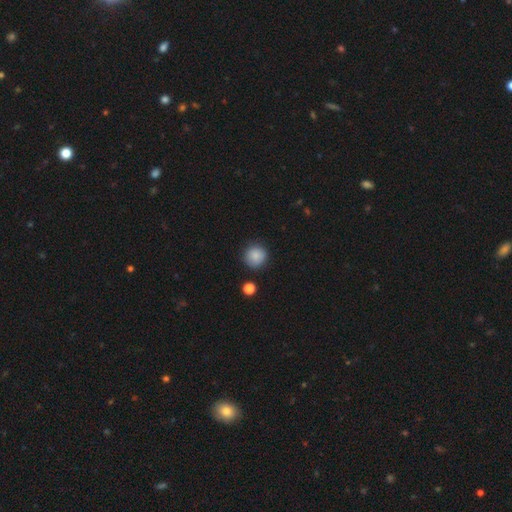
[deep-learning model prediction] This appears to be a smooth galaxy with no disk features (86%) that is round (93%). Merging: none (86%).